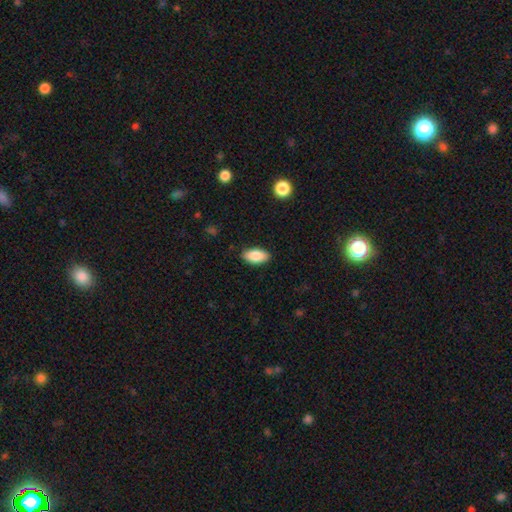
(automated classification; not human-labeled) smooth 86%, featured or disk 7%, star or artifact 7%. Down the decision tree: how rounded — in between (93%); merging — none (88%).